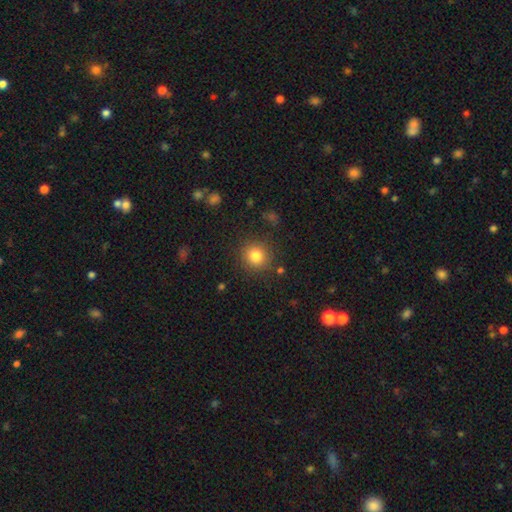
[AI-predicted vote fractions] This appears to be a smooth galaxy with no disk features (81%) that is round (91%). Merging: none (86%).